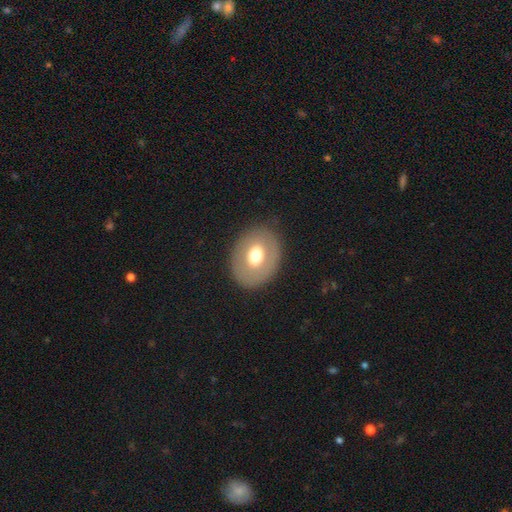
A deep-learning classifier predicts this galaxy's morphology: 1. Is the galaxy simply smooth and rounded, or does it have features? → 58% smooth, 34% featured or disk, 8% star or artifact.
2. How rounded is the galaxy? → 60% in between, 39% round, 1% cigar-shaped.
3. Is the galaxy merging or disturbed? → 83% none, 11% minor disturbance, 5% major disturbance, 1% merger.